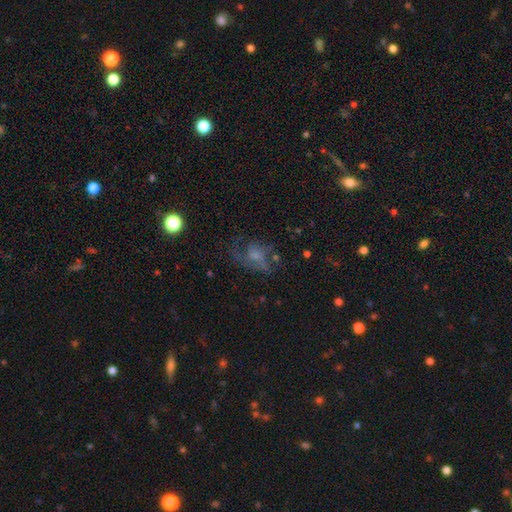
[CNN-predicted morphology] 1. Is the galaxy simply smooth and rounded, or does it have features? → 54% featured or disk, 30% smooth, 16% star or artifact.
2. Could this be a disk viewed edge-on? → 97% no, 3% yes.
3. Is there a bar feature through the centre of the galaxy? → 74% no, 22% weak, 4% strong.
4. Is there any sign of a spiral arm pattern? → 64% yes, 36% no.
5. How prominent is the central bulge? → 41% small, 30% moderate, 22% none, 5% large, 2% dominant.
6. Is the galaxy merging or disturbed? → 40% none, 36% major disturbance, 21% minor disturbance, 4% merger.